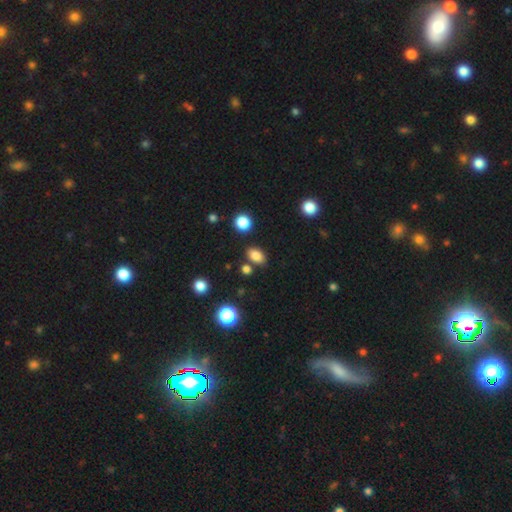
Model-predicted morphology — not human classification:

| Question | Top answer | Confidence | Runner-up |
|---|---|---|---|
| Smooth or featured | smooth | 83% | star or artifact (11%) |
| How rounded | in between | 81% | round (17%) |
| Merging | none | 77% | minor disturbance (11%) |